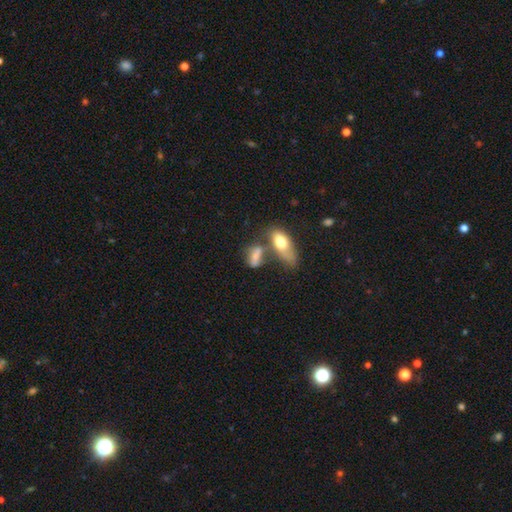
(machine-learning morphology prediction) A smooth galaxy with no disk features (70%) that is in between round and cigar-shaped (74%).

Vote fractions:
- Smooth or featured? smooth: 70% / featured or disk: 21% / star or artifact: 9%
- How rounded? in between: 74% / cigar-shaped: 16% / round: 10%
- Merging? merger: 42% / none: 29% / minor disturbance: 16% / major disturbance: 13%